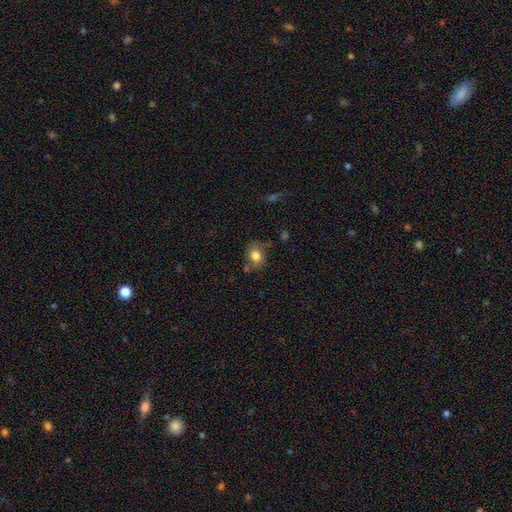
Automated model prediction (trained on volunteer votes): The model was most divided on "how rounded": round: 55%, in between: 44%, cigar-shaped: 1%. More confident: smooth or featured — smooth (80%); merging — none (68%).